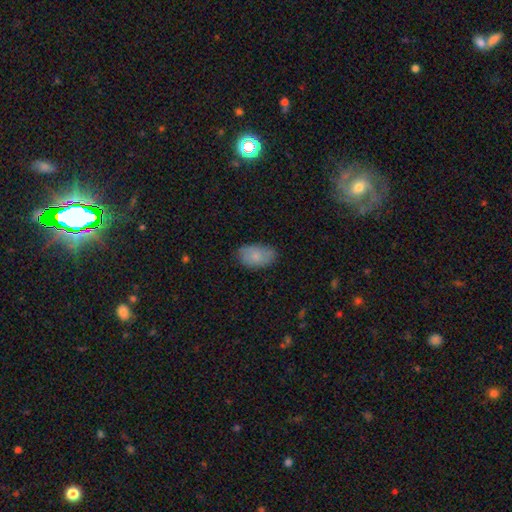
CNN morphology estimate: smooth 78%, featured or disk 15%, star or artifact 7%. Down the decision tree: how rounded — in between (92%); merging — none (72%).